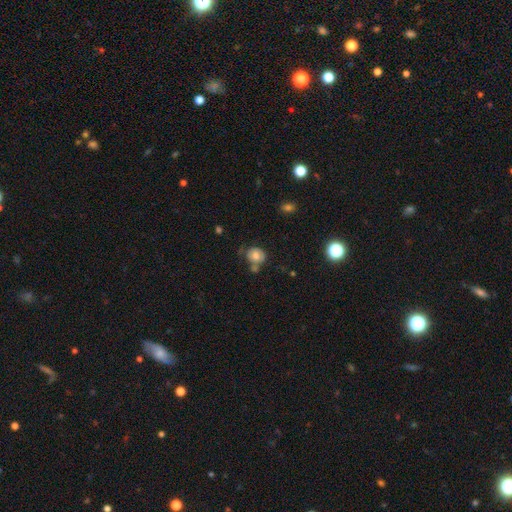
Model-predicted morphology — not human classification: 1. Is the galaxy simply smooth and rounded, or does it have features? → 67% smooth, 23% featured or disk, 10% star or artifact.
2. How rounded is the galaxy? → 69% round, 30% in between, 1% cigar-shaped.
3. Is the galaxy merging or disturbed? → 51% none, 24% minor disturbance, 16% merger, 9% major disturbance.